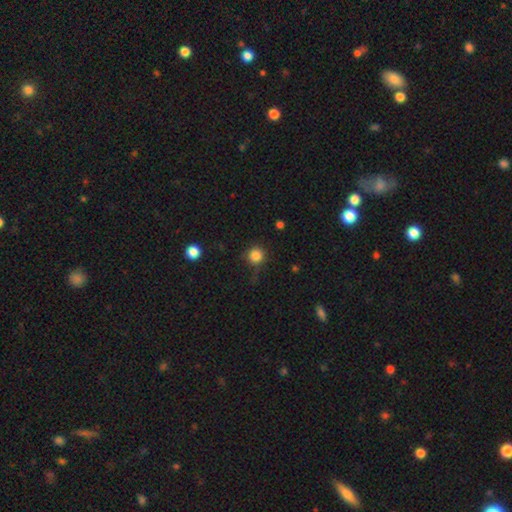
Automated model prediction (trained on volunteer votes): smooth-or-featured: smooth: 84% | star or artifact: 12% | featured or disk: 5%
  how-rounded: round: 94% | in between: 5% | cigar-shaped: 1%
  merging: none: 77% | minor disturbance: 15% | major disturbance: 6% | merger: 2%